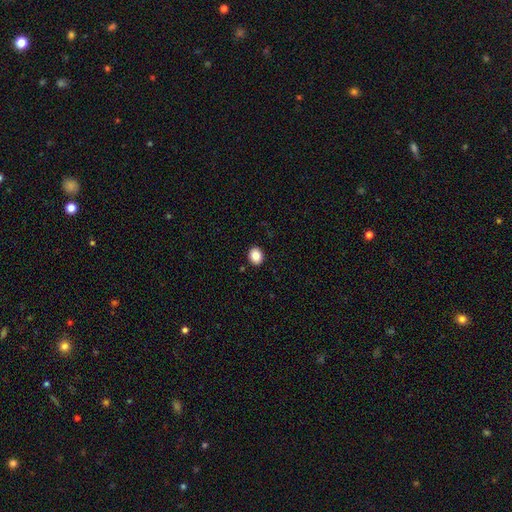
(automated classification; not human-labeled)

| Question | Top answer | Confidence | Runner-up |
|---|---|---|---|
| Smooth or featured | smooth | 87% | star or artifact (9%) |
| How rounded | round | 52% | in between (47%) |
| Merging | none | 91% | minor disturbance (6%) |